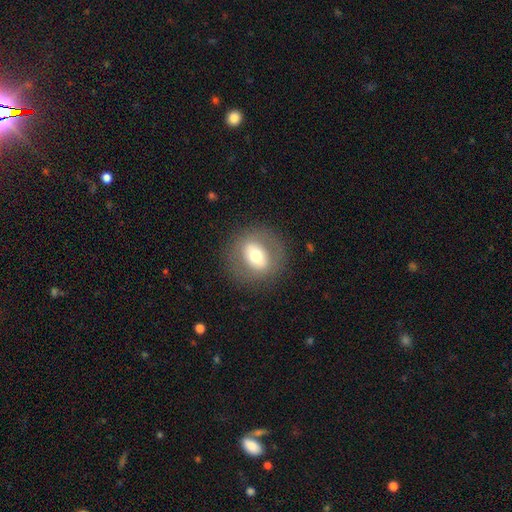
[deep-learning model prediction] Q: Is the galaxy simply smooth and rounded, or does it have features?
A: smooth — 55%.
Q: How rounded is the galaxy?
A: round — 71%.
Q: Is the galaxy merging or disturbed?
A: none — 83%.